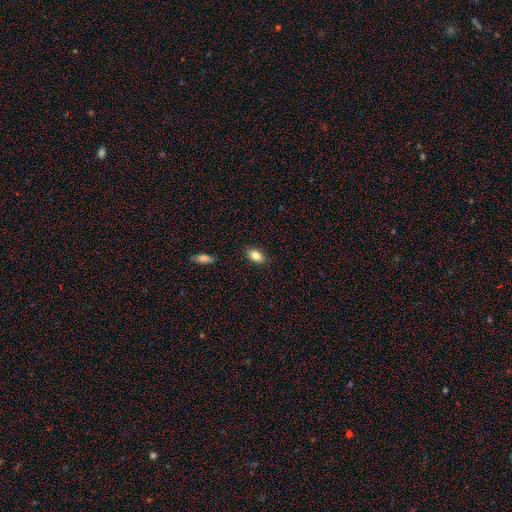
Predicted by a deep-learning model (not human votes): Morphology: type=smooth (83%); roundness=in between (88%); merging=none (87%).